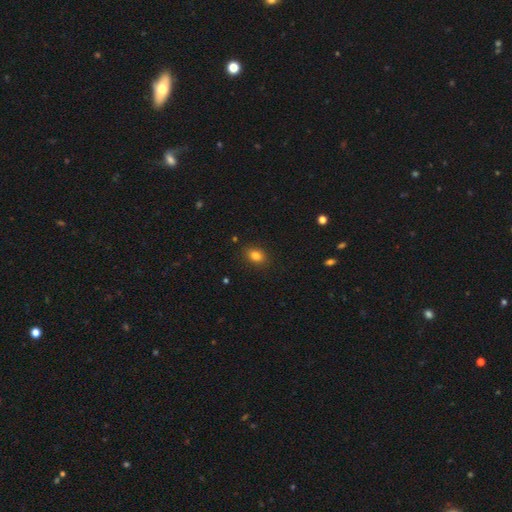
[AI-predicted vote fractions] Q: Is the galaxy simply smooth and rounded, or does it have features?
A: smooth — 83%.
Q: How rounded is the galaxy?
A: in between — 68%.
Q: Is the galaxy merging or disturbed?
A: none — 87%.